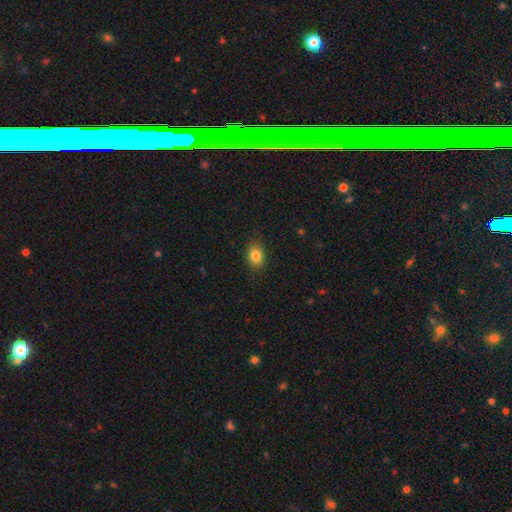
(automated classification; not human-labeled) This appears to be a smooth galaxy with no disk features (83%) that is in between round and cigar-shaped (70%). Merging: none (86%).